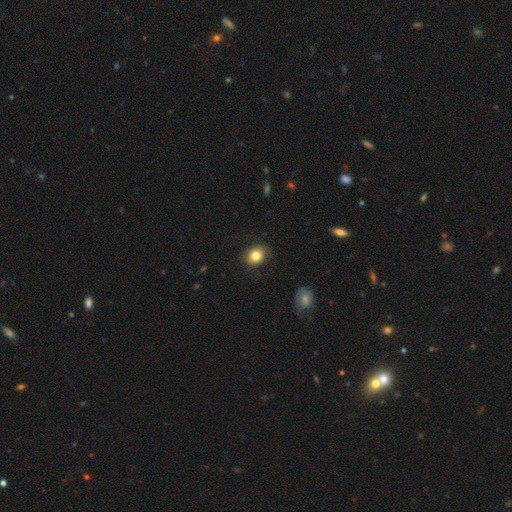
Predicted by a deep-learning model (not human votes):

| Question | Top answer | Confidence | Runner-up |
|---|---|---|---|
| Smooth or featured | smooth | 84% | star or artifact (9%) |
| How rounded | round | 55% | in between (44%) |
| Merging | none | 85% | minor disturbance (11%) |